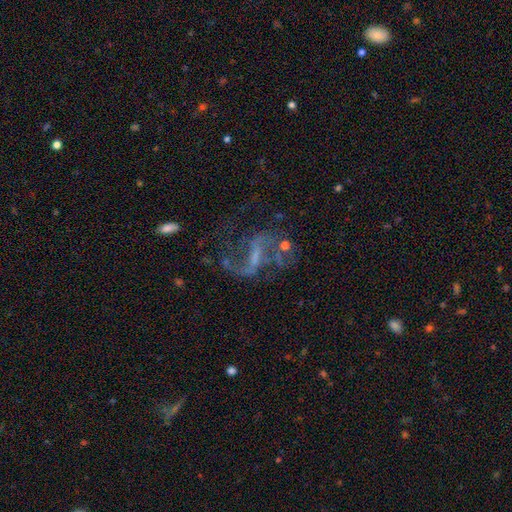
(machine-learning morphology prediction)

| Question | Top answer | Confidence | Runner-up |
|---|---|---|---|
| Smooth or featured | featured or disk | 80% | star or artifact (12%) |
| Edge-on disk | no | 96% | yes (4%) |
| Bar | weak | 44% | strong (36%) |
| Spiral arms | yes | 86% | no (14%) |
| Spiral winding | loose | 69% | medium (25%) |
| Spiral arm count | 2 | 80% | 1 (8%) |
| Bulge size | none | 41% | small (40%) |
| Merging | none | 47% | major disturbance (29%) |